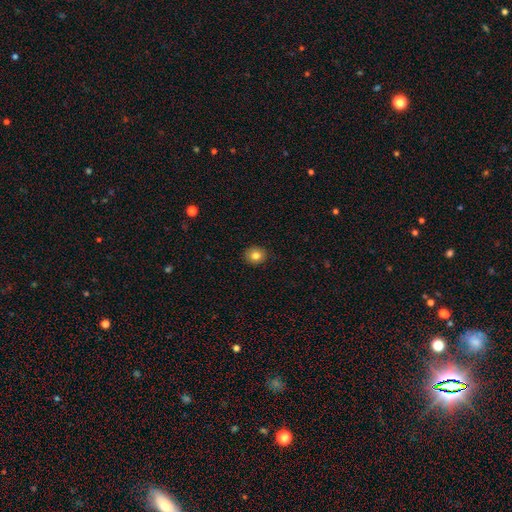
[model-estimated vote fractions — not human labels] Morphology: type=smooth (82%); roundness=round (75%); merging=none (90%).